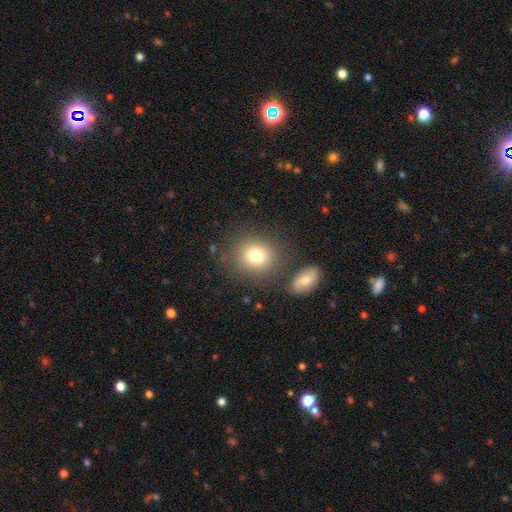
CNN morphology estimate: Overall: smooth (79%). How rounded: round (77%). Merging: none (78%).